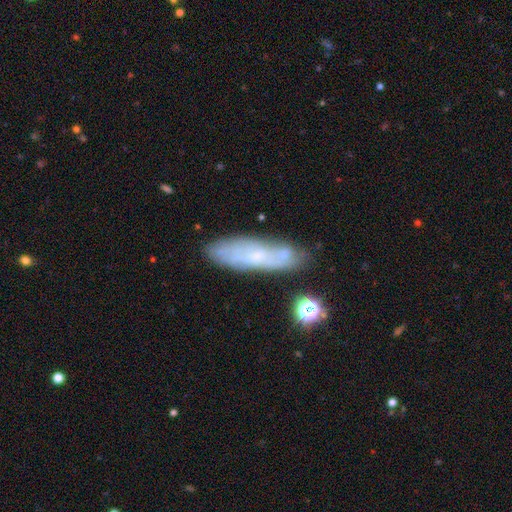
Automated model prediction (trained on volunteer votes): Q: Smooth or featured?
A: featured or disk (46%); runner-up: smooth (44%)
Q: Merging?
A: none (68%); runner-up: minor disturbance (20%)